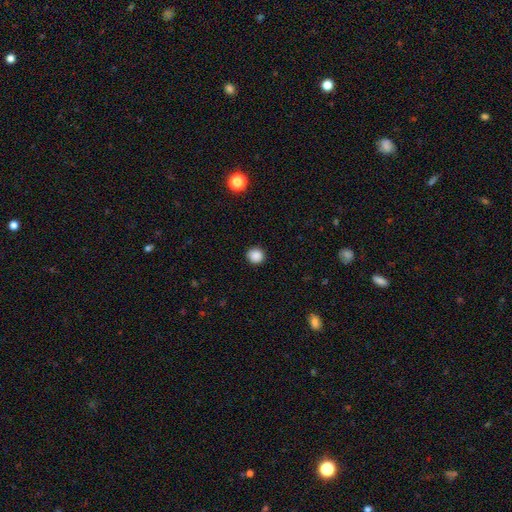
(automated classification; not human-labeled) Q: Smooth or featured?
A: smooth (87%); runner-up: star or artifact (10%)
Q: How rounded?
A: round (92%); runner-up: in between (7%)
Q: Merging?
A: none (91%); runner-up: minor disturbance (6%)